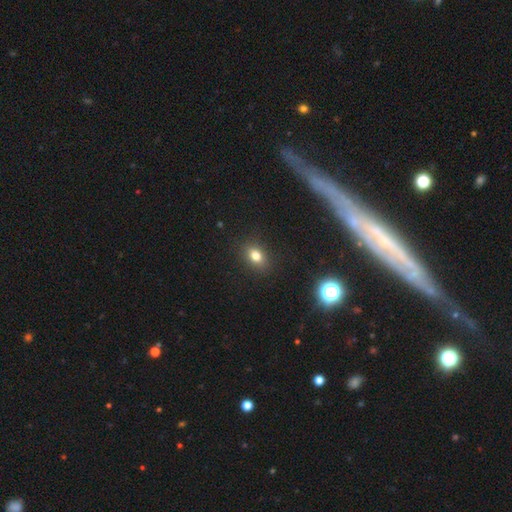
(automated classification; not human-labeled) Q: Smooth or featured?
A: smooth (78%); runner-up: star or artifact (14%)
Q: How rounded?
A: in between (70%); runner-up: round (28%)
Q: Merging?
A: none (87%); runner-up: minor disturbance (9%)